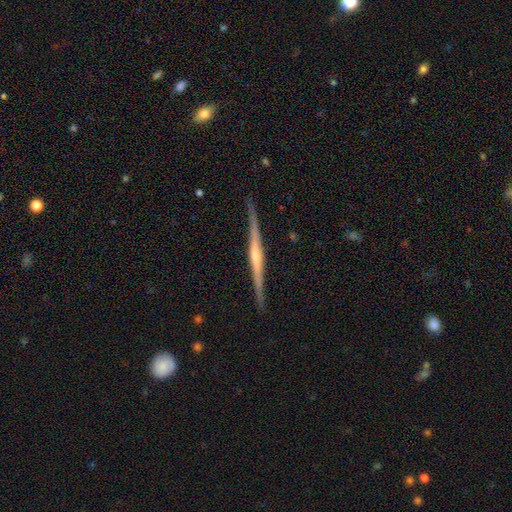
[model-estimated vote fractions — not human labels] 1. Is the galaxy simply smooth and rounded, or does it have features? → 81% featured or disk, 14% smooth, 5% star or artifact.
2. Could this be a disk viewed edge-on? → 98% yes, 2% no.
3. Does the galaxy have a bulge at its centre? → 59% rounded, 28% none, 13% boxy.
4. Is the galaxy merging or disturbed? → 89% none, 9% minor disturbance, 2% major disturbance, 1% merger.